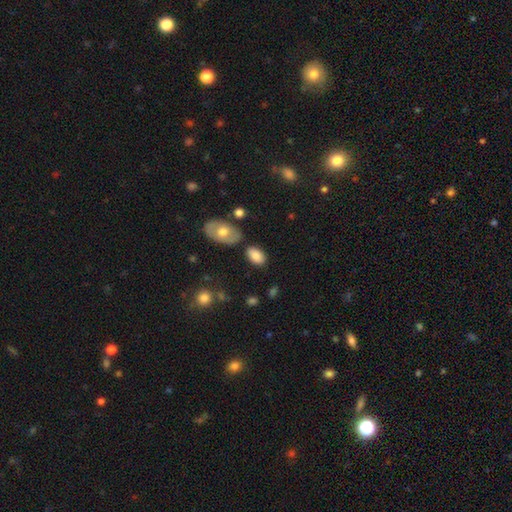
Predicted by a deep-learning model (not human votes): Overall: smooth (84%). How rounded: in between (92%). Merging: none (74%).